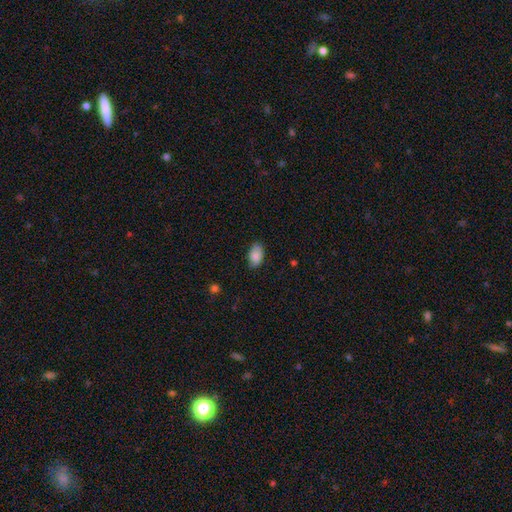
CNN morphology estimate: This appears to be a smooth galaxy with no disk features (85%) that is in between round and cigar-shaped (92%). Merging: none (78%).